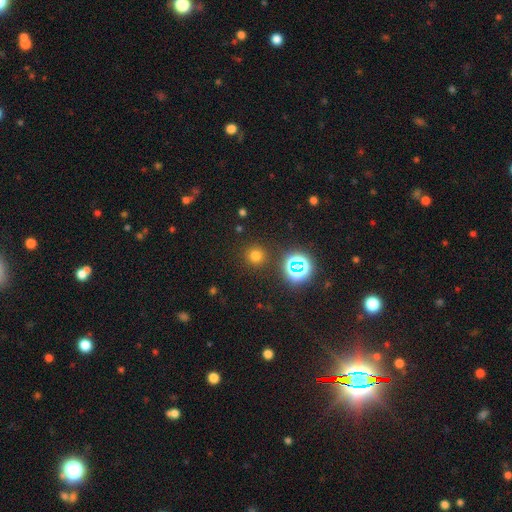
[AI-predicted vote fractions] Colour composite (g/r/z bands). It shows a smooth galaxy with no disk features (69%) that is round (94%). Merging: none (89%).